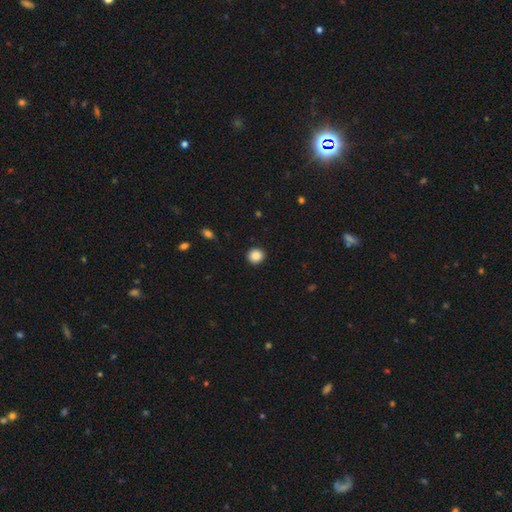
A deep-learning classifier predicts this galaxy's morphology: A smooth galaxy with no disk features (87%) that is round (91%).

Vote fractions:
- Smooth or featured? smooth: 87% / star or artifact: 9% / featured or disk: 3%
- How rounded? round: 91% / in between: 8% / cigar-shaped: 1%
- Merging? none: 91% / minor disturbance: 6% / major disturbance: 2% / merger: 1%